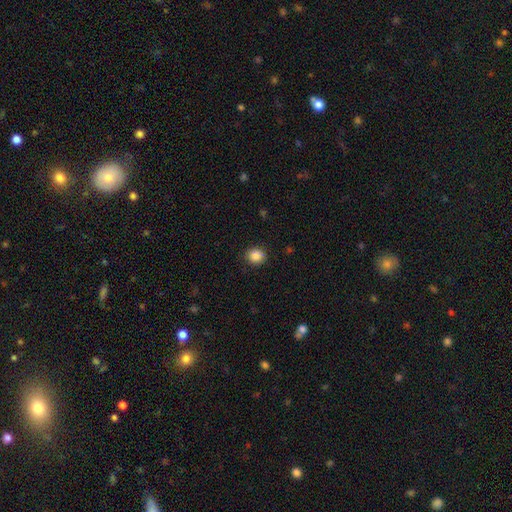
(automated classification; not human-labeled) A smooth galaxy with no disk features (87%) that is round (80%).

Vote fractions:
- Smooth or featured? smooth: 87% / star or artifact: 10% / featured or disk: 4%
- How rounded? round: 80% / in between: 19% / cigar-shaped: 1%
- Merging? none: 86% / minor disturbance: 10% / major disturbance: 3% / merger: 1%